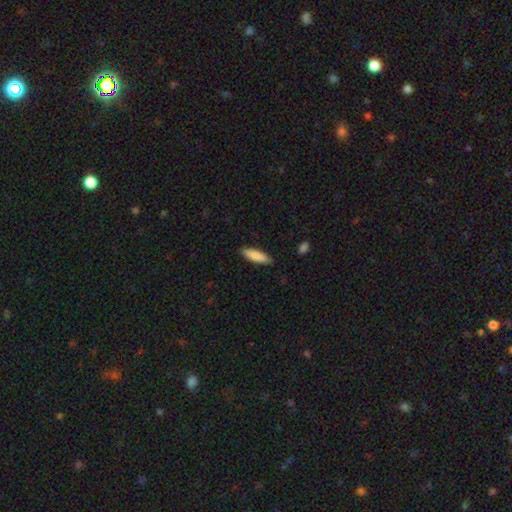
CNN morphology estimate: Smooth or featured?
  - smooth: 84% *
  - featured or disk: 11%
  - star or artifact: 5%
How rounded?
  - cigar-shaped: 70% *
  - in between: 29%
  - round: 1%
Merging?
  - none: 88% *
  - minor disturbance: 9%
  - major disturbance: 2%
  - merger: 1%